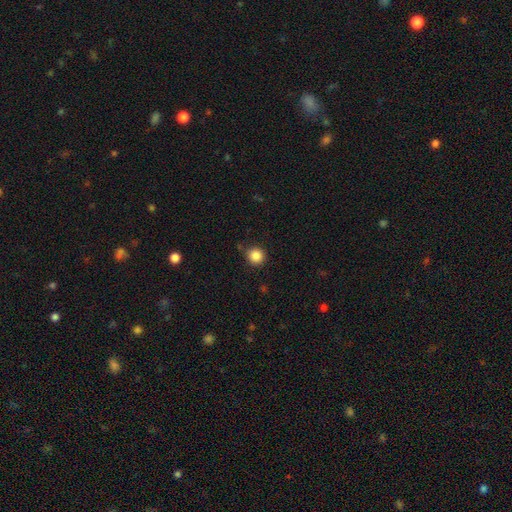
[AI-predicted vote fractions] Q: Smooth or featured?
A: smooth (86%); runner-up: star or artifact (11%)
Q: How rounded?
A: round (94%); runner-up: in between (5%)
Q: Merging?
A: none (87%); runner-up: minor disturbance (9%)